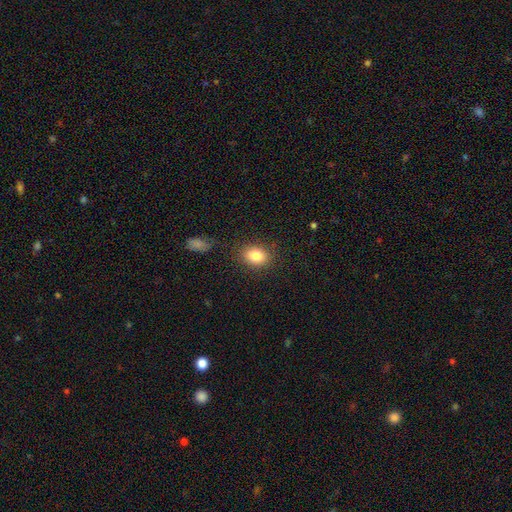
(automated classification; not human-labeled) smooth-or-featured: smooth: 84% | star or artifact: 9% | featured or disk: 7%
  how-rounded: in between: 66% | round: 33% | cigar-shaped: 1%
  merging: none: 84% | minor disturbance: 11% | major disturbance: 3% | merger: 2%